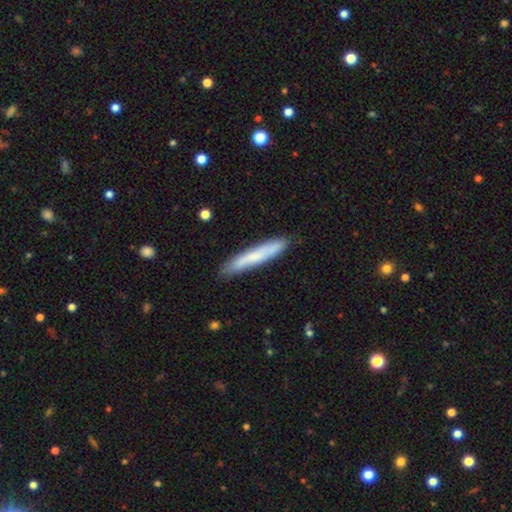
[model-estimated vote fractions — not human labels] smooth_or_featured: smooth (p=0.68) [alt: featured or disk p=0.26]
how_rounded: cigar-shaped (p=0.94) [alt: in between p=0.05]
merging: none (p=0.84) [alt: minor disturbance p=0.12]